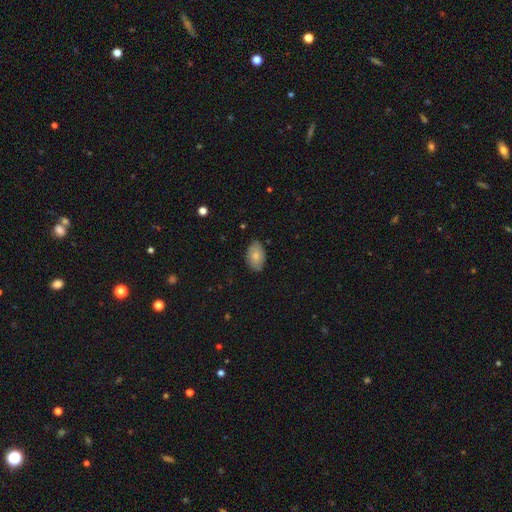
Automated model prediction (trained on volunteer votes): A smooth galaxy with no disk features (80%) that is in between round and cigar-shaped (91%).

Vote fractions:
- Smooth or featured? smooth: 80% / featured or disk: 13% / star or artifact: 7%
- How rounded? in between: 91% / round: 8% / cigar-shaped: 1%
- Merging? none: 81% / minor disturbance: 16% / major disturbance: 3% / merger: 1%